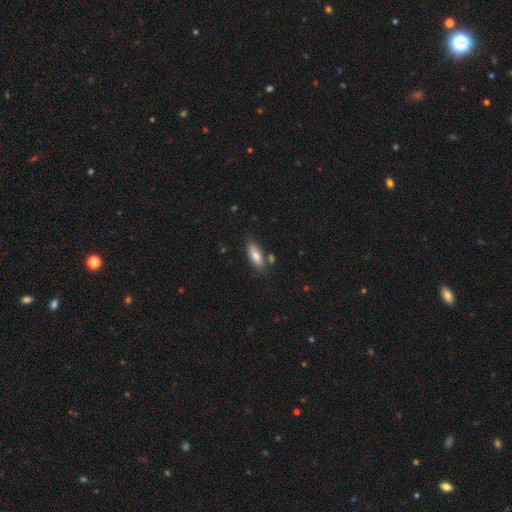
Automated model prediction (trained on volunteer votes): A smooth galaxy with no disk features (76%) that is in between round and cigar-shaped (69%). Merging: none (74%).